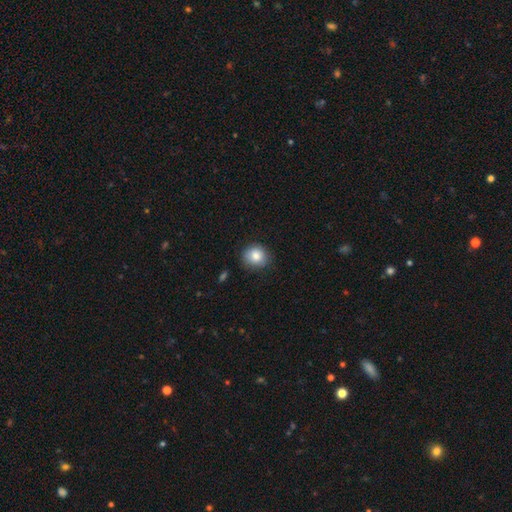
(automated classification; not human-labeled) smooth 83%, star or artifact 9%, featured or disk 7%. Down the decision tree: how rounded — round (81%); merging — none (83%).